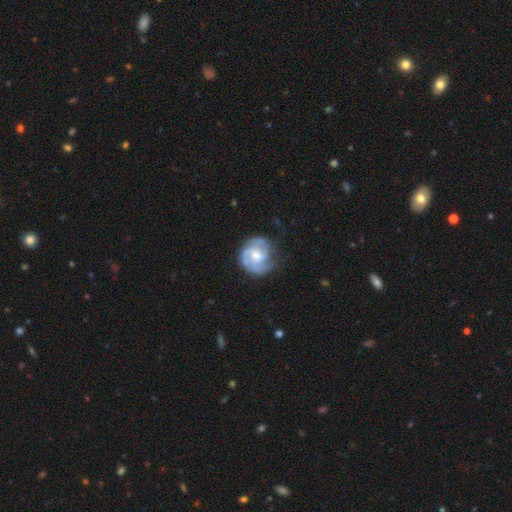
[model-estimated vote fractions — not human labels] Smooth or featured? Predicted: featured or disk (p=0.78). Edge-on disk? Predicted: no (p=0.98). Bar? Predicted: no (p=0.66). Spiral arms? Predicted: yes (p=0.92). Spiral winding? Predicted: tight (p=0.50). Spiral arm count? Predicted: 2 (p=0.40). Bulge size? Predicted: moderate (p=0.54). Merging? Predicted: none (p=0.64).